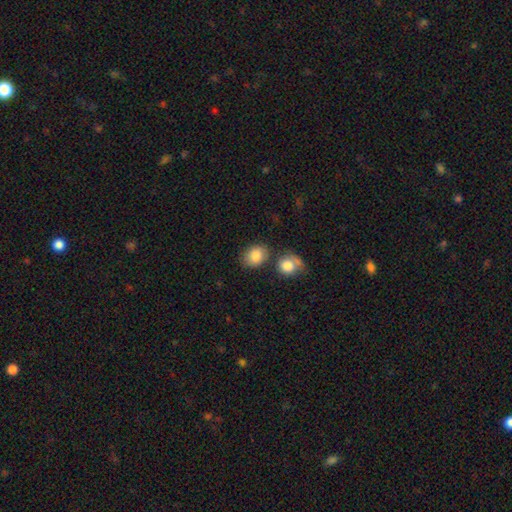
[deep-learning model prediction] Overall: smooth (85%). How rounded: in between (54%; round 45%). Merging: none (68%).